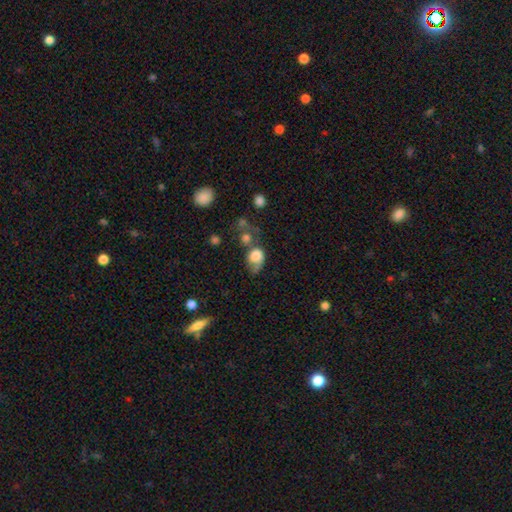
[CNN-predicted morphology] type=smooth (70%); roundness=in between (53%); merging=major disturbance (30%).